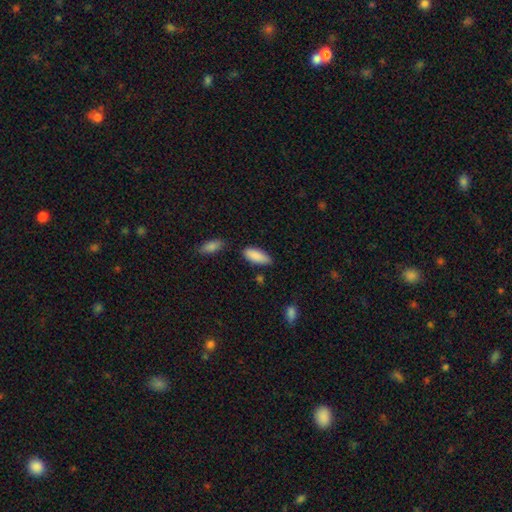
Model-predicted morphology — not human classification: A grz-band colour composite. It shows a smooth galaxy with no disk features (89%) that is in between round and cigar-shaped (79%). Merging: none (76%).